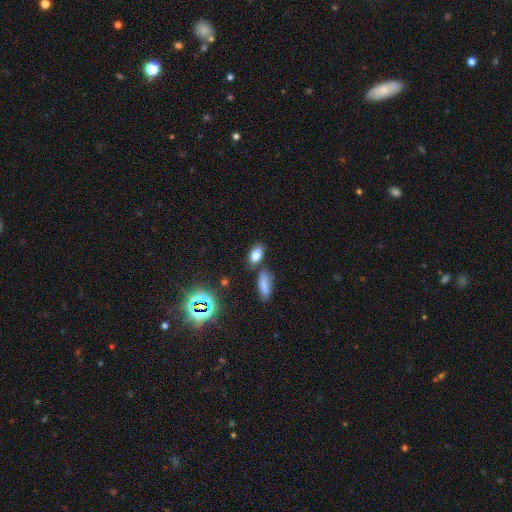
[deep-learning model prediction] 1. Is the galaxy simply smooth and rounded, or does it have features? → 78% smooth, 13% star or artifact, 9% featured or disk.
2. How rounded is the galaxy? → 86% in between, 9% round, 5% cigar-shaped.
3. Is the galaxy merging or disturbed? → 71% none, 13% merger, 13% minor disturbance, 4% major disturbance.